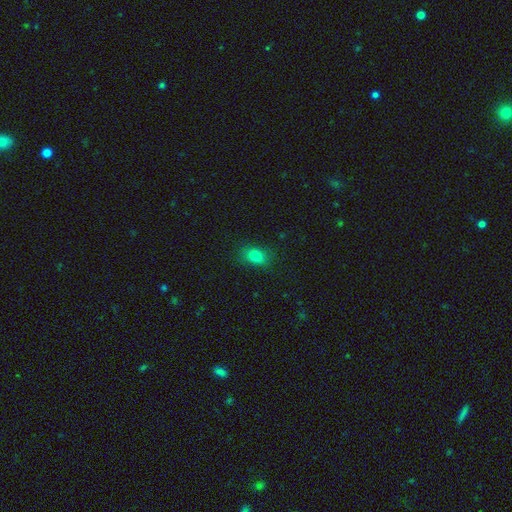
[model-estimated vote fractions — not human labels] Q: Smooth or featured?
A: smooth (81%); runner-up: star or artifact (12%)
Q: How rounded?
A: in between (73%); runner-up: round (26%)
Q: Merging?
A: none (84%); runner-up: minor disturbance (12%)